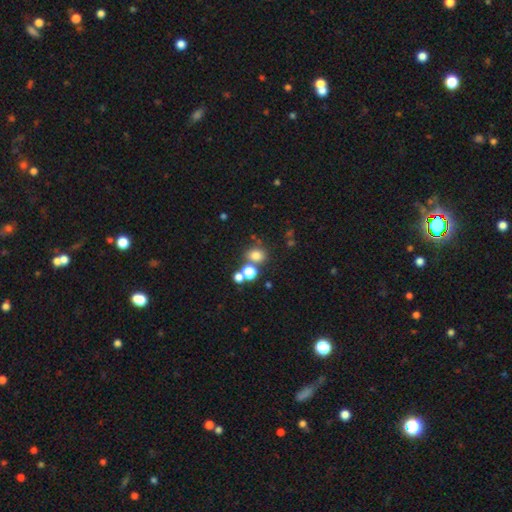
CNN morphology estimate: Q: Smooth or featured?
A: smooth (73%); runner-up: star or artifact (19%)
Q: How rounded?
A: round (66%); runner-up: in between (33%)
Q: Merging?
A: none (65%); runner-up: merger (19%)